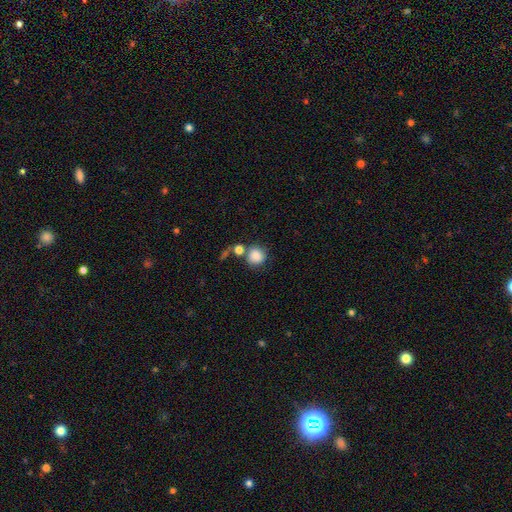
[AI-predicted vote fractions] This is clearly a smooth galaxy (85%). How rounded: clearly round (88%). Merging: possibly none (59%).